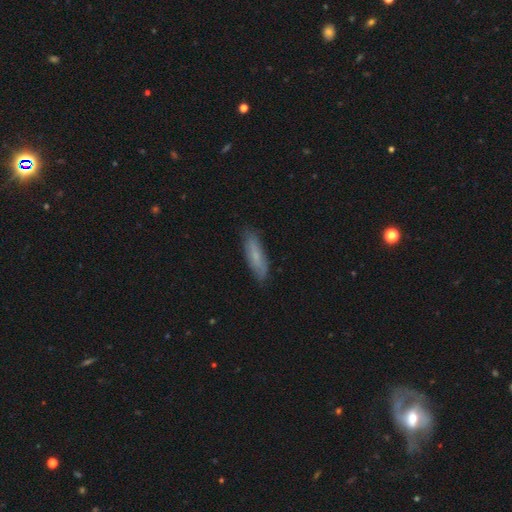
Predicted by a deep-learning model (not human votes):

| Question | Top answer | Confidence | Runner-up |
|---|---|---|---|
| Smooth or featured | smooth | 68% | featured or disk (25%) |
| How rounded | cigar-shaped | 66% | in between (32%) |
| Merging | none | 84% | minor disturbance (12%) |